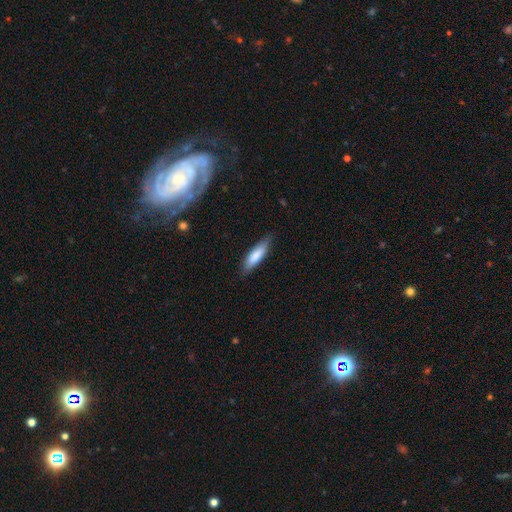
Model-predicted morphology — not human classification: Smooth or featured: smooth — 79% (featured or disk — 16%)
How rounded: cigar-shaped — 61% (in between — 38%)
Merging: none — 82% (minor disturbance — 14%)